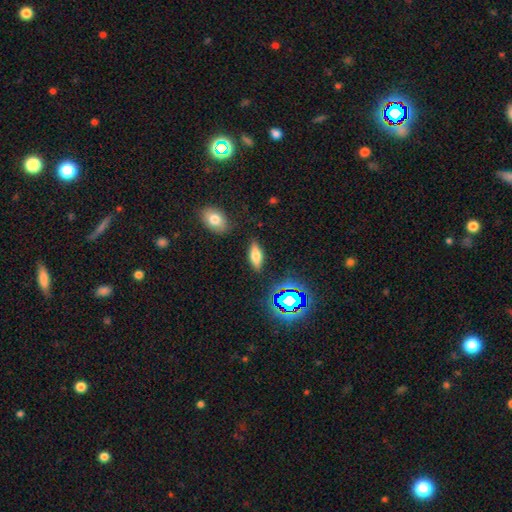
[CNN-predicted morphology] Smooth or featured?
  - smooth: 60% *
  - featured or disk: 26%
  - star or artifact: 14%
How rounded?
  - in between: 66% *
  - cigar-shaped: 30%
  - round: 4%
Merging?
  - none: 84% *
  - minor disturbance: 10%
  - major disturbance: 3%
  - merger: 2%